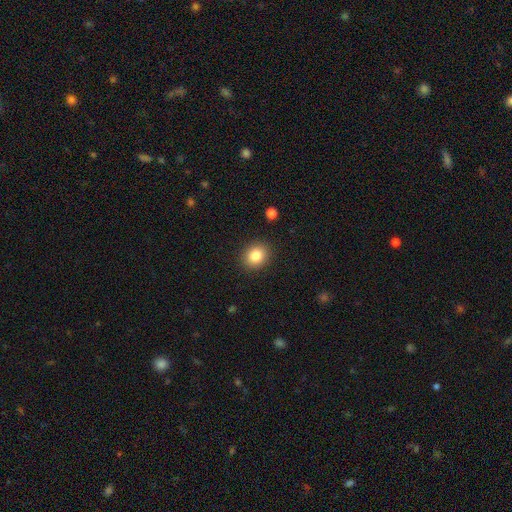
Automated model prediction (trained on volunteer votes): Morphology: type=smooth (83%); roundness=round (70%); merging=none (89%).